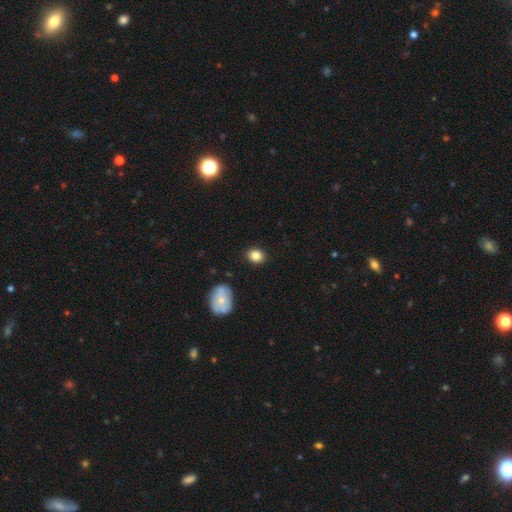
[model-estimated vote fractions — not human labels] smooth 84%, star or artifact 9%, featured or disk 6%. Down the decision tree: how rounded — round (60%); merging — none (87%).